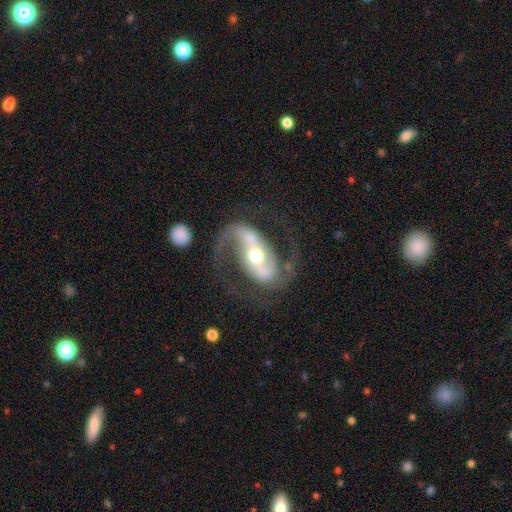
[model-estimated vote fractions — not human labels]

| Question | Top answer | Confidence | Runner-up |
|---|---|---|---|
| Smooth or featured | featured or disk | 91% | smooth (4%) |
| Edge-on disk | no | 97% | yes (3%) |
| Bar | strong | 58% | weak (27%) |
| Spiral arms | yes | 97% | no (3%) |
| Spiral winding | medium | 53% | loose (34%) |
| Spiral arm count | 2 | 92% | 1 (3%) |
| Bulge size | moderate | 66% | small (25%) |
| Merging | none | 72% | minor disturbance (13%) |